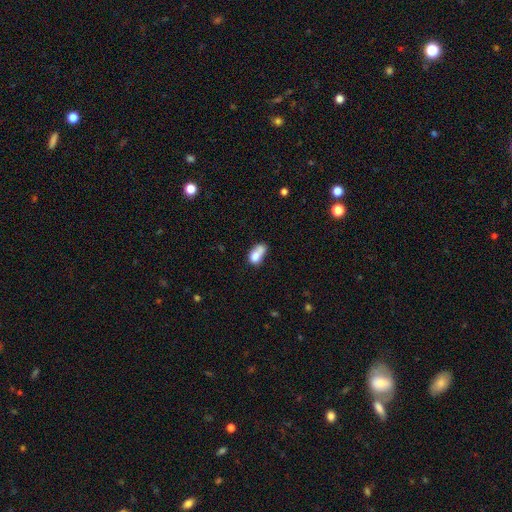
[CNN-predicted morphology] Smooth or featured: smooth — 71% (featured or disk — 19%)
How rounded: in between — 74% (round — 22%)
Merging: merger — 48% (none — 23%)